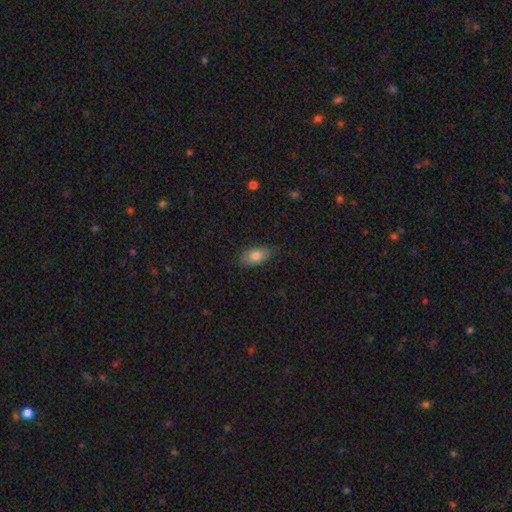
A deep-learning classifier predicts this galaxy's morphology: This is likely a smooth galaxy (78%). How rounded: clearly in between (89%). Merging: likely none (78%).